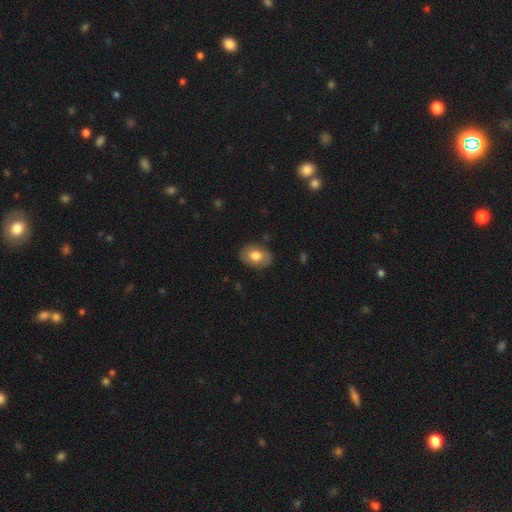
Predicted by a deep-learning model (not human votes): Smooth or featured? Predicted: smooth (p=0.74). How rounded? Predicted: in between (p=0.75). Merging? Predicted: none (p=0.85).